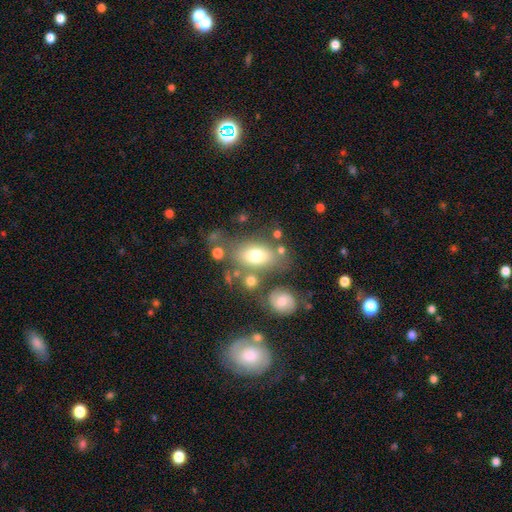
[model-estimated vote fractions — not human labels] smooth 69%, featured or disk 20%, star or artifact 11%. Down the decision tree: how rounded — in between (82%); merging — none (60%).